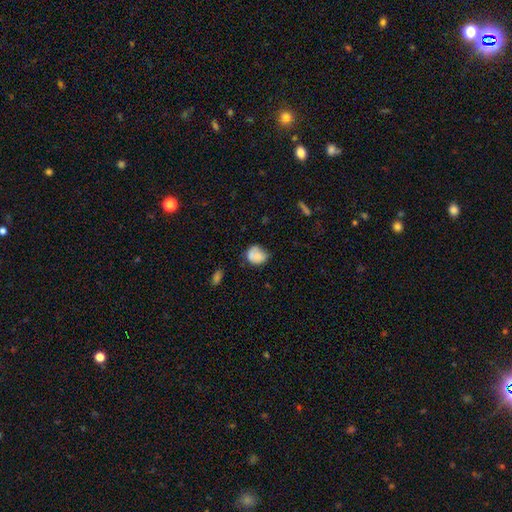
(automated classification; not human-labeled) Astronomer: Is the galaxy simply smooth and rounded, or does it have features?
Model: smooth — 74%.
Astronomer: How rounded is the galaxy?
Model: round — 60% (runner-up: in between, 39%).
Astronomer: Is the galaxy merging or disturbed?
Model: none — 50% (runner-up: minor disturbance, 33%).